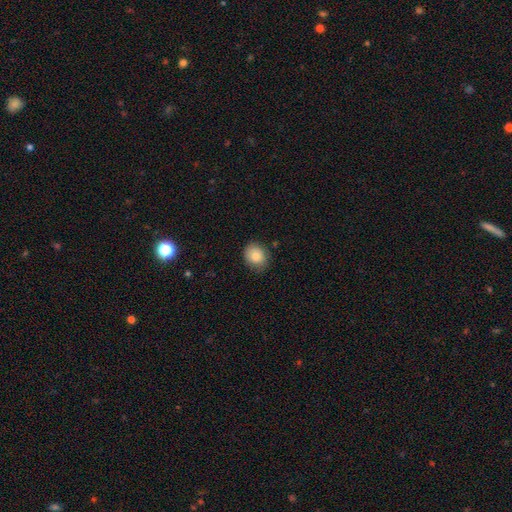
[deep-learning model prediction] Smooth or featured?
  - smooth: 82% *
  - featured or disk: 10%
  - star or artifact: 8%
How rounded?
  - round: 65% *
  - in between: 34%
  - cigar-shaped: 1%
Merging?
  - none: 80% *
  - minor disturbance: 15%
  - major disturbance: 3%
  - merger: 1%